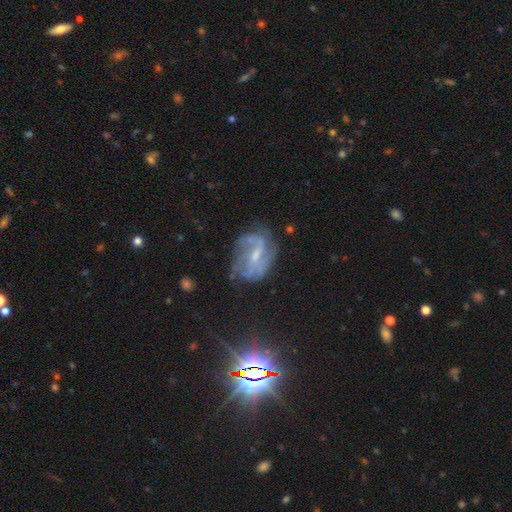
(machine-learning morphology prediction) smooth_or_featured: featured or disk (p=0.73) [alt: smooth p=0.13]
disk_edge_on: no (p=0.97) [alt: yes p=0.03]
bar: weak (p=0.50) [alt: no p=0.30]
has_spiral_arms: yes (p=0.83) [alt: no p=0.17]
spiral_winding: medium (p=0.41) [alt: loose p=0.36]
spiral_arm_count: 2 (p=0.42) [alt: can't tell p=0.29]
bulge_size: small (p=0.57) [alt: moderate p=0.30]
merging: none (p=0.54) [alt: minor disturbance p=0.23]